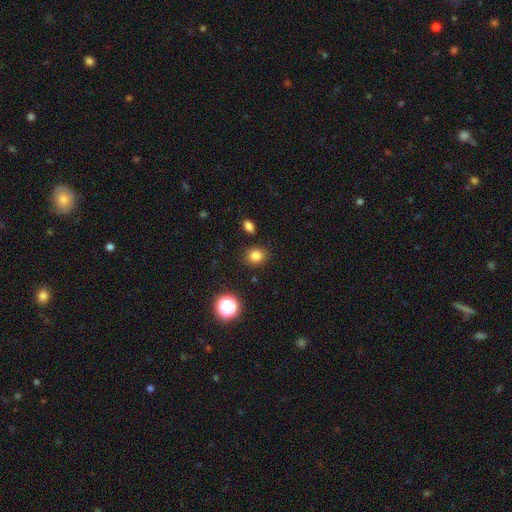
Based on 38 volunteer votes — Smooth or featured?
  - smooth: 87% *
  - star or artifact: 11%
  - featured or disk: 3%
How rounded?
  - round: 73% *
  - in between: 27%
  - cigar-shaped: 0%
Merging?
  - none: 97% *
  - major disturbance: 3%
  - minor disturbance: 0%
  - merger: 0%